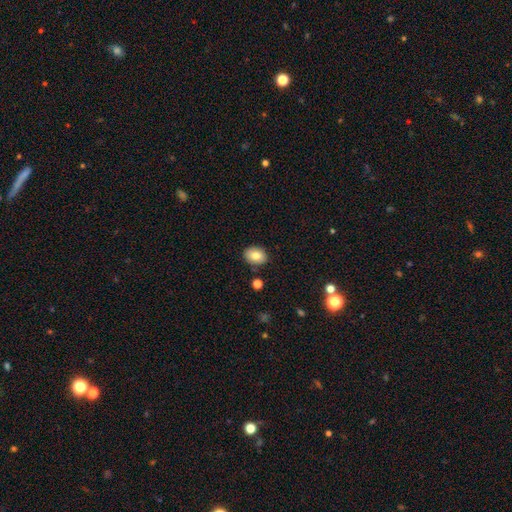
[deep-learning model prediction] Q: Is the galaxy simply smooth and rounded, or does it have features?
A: smooth — 80%.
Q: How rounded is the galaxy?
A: in between — 63%.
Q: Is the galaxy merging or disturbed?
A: none — 86%.